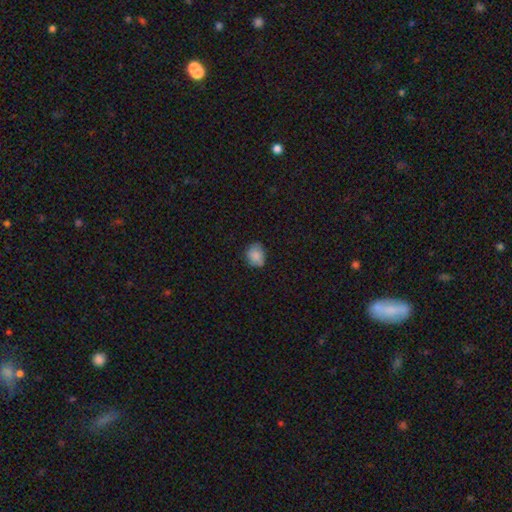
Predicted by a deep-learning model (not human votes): smooth-or-featured: smooth: 82% | featured or disk: 9% | star or artifact: 9%
  how-rounded: round: 60% | in between: 39% | cigar-shaped: 1%
  merging: none: 69% | minor disturbance: 25% | major disturbance: 5% | merger: 1%